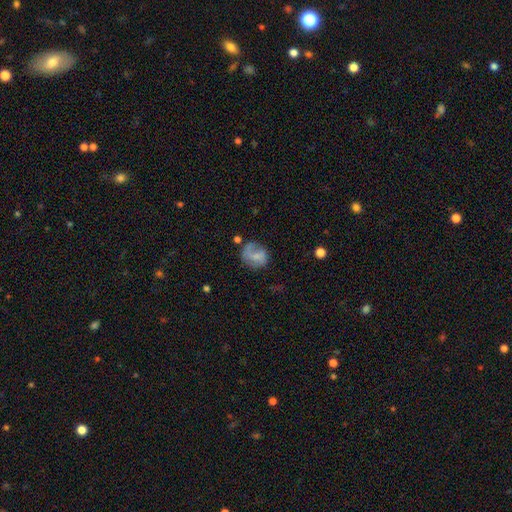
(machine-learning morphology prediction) This is possibly a smooth galaxy (49%). Merging: possibly none (55%).